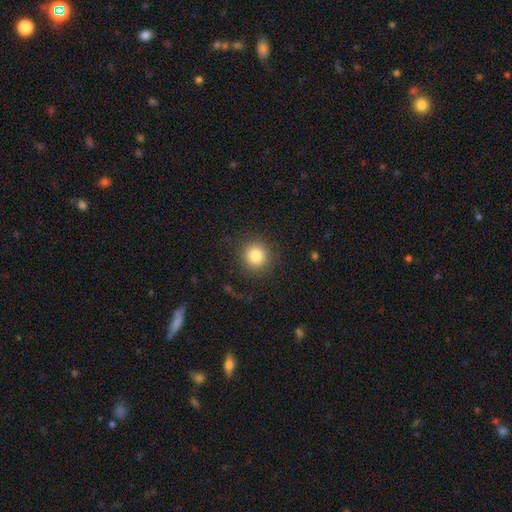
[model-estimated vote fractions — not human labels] Smooth or featured: smooth — 82% (star or artifact — 11%)
How rounded: round — 93% (in between — 6%)
Merging: none — 88% (minor disturbance — 7%)